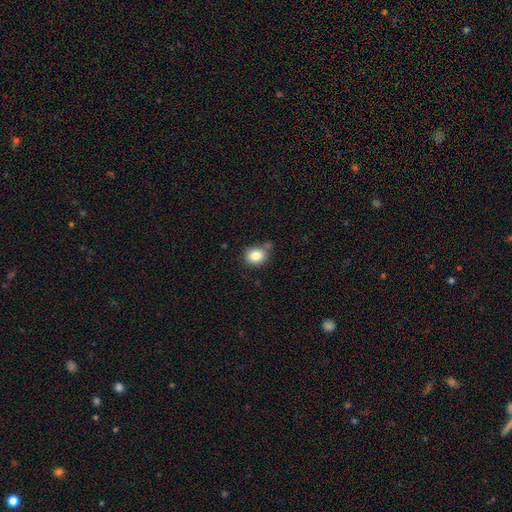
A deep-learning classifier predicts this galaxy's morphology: A smooth galaxy with no disk features (83%) that is round (69%). Merging: none (67%).